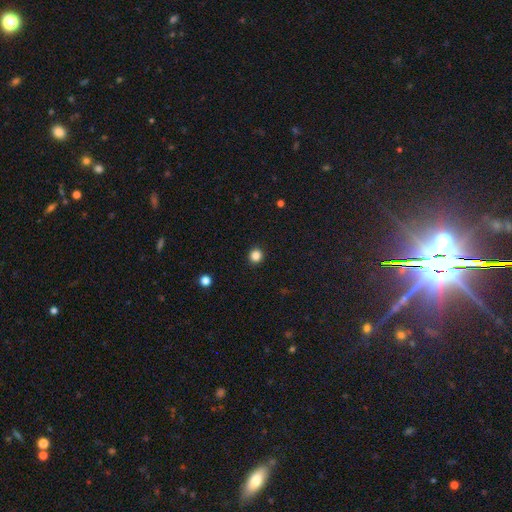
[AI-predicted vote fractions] A smooth galaxy with no disk features (85%) that is round (93%).

Vote fractions:
- Smooth or featured? smooth: 85% / star or artifact: 12% / featured or disk: 3%
- How rounded? round: 93% / in between: 6% / cigar-shaped: 1%
- Merging? none: 93% / minor disturbance: 4% / major disturbance: 2% / merger: 1%